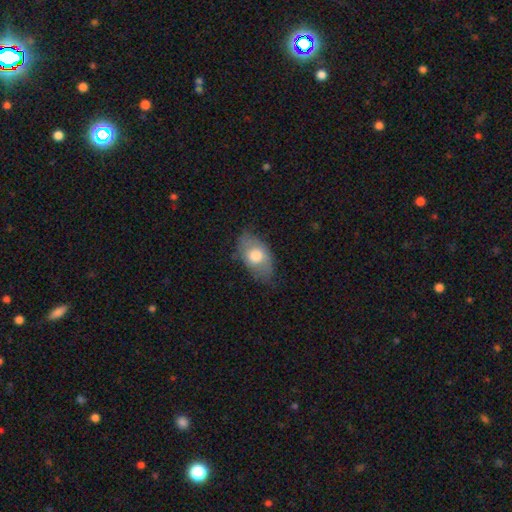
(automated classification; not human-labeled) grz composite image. It shows a smooth galaxy with no disk features (69%) that is in between round and cigar-shaped (89%). Merging: none (64%).